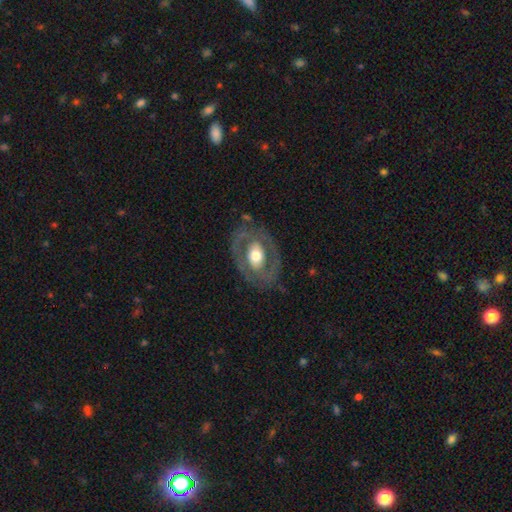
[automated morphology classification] This appears to be a featured or disk galaxy (64%) with no bar (66%), no spiral arms (66%) and a moderate central bulge (56%). Merging: none (74%).